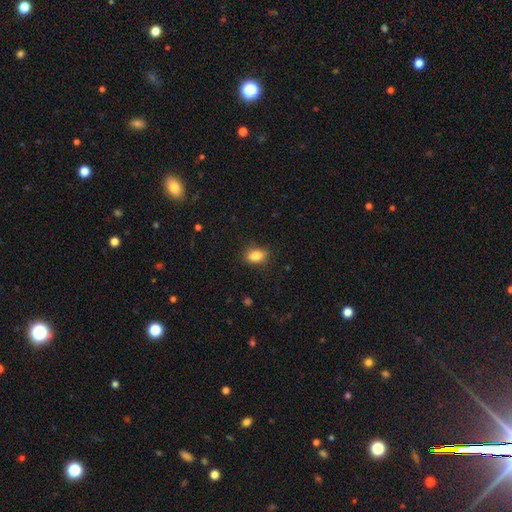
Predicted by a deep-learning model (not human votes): smooth_or_featured: smooth (p=0.86) [alt: star or artifact p=0.09]
how_rounded: in between (p=0.81) [alt: round p=0.17]
merging: none (p=0.84) [alt: minor disturbance p=0.12]